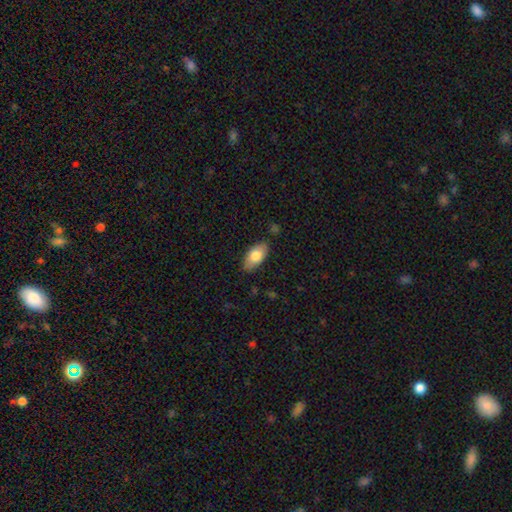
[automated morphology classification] smooth-or-featured: smooth: 77% | featured or disk: 17% | star or artifact: 6%
  how-rounded: in between: 92% | cigar-shaped: 5% | round: 3%
  merging: none: 84% | minor disturbance: 12% | major disturbance: 2% | merger: 2%